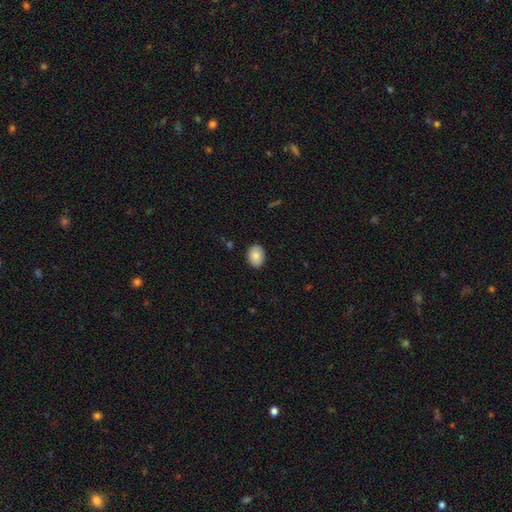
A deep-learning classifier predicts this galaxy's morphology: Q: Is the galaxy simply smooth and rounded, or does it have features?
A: smooth — 84%.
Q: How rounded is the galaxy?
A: in between — 75%.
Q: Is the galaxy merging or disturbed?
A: none — 88%.